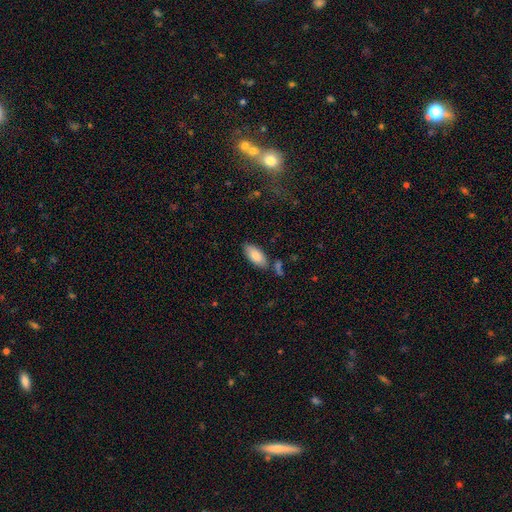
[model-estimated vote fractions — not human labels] Q: Smooth or featured?
A: smooth (84%); runner-up: featured or disk (10%)
Q: How rounded?
A: in between (89%); runner-up: cigar-shaped (9%)
Q: Merging?
A: none (76%); runner-up: minor disturbance (14%)